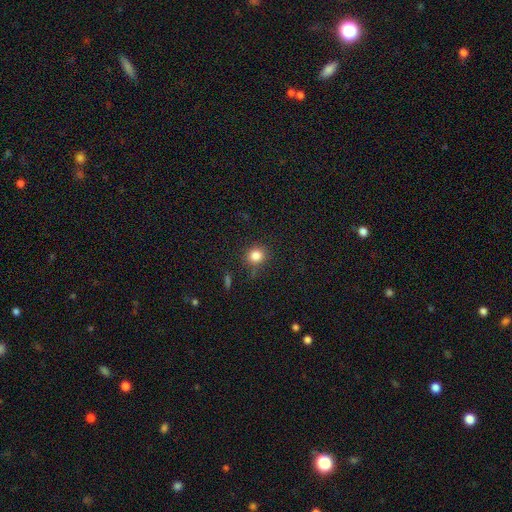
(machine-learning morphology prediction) A smooth galaxy with no disk features (83%) that is round (87%).

Vote fractions:
- Smooth or featured? smooth: 83% / star or artifact: 12% / featured or disk: 5%
- How rounded? round: 87% / in between: 12% / cigar-shaped: 1%
- Merging? none: 80% / minor disturbance: 13% / major disturbance: 4% / merger: 3%